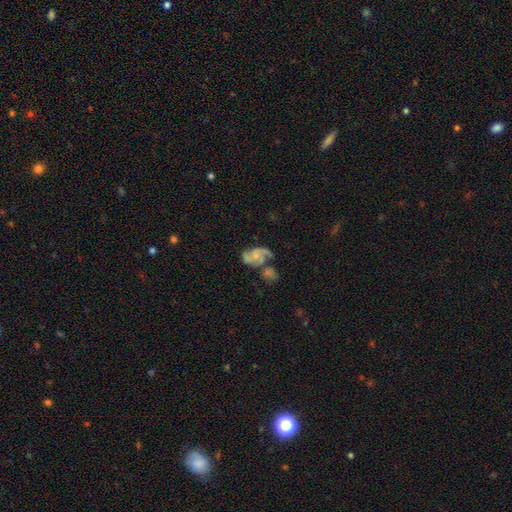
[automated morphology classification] Q: Smooth or featured?
A: featured or disk (74%); runner-up: smooth (18%)
Q: Edge-on disk?
A: no (97%); runner-up: yes (3%)
Q: Bar?
A: no (70%); runner-up: weak (26%)
Q: Spiral arms?
A: yes (89%); runner-up: no (11%)
Q: Spiral winding?
A: medium (45%); runner-up: loose (36%)
Q: Spiral arm count?
A: 2 (67%); runner-up: 3 (10%)
Q: Bulge size?
A: small (55%); runner-up: moderate (30%)
Q: Merging?
A: merger (35%); runner-up: none (29%)